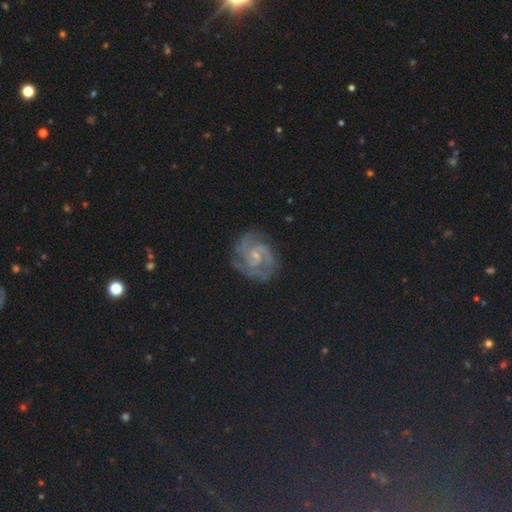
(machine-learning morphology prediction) featured or disk 86%, star or artifact 8%, smooth 6%. Down the decision tree: edge-on disk — no (98%); bar — no (46%); spiral arms — yes (98%); spiral arm count — 2 (55%); spiral winding — tight (48%); bulge size — small (74%); merging — none (77%).